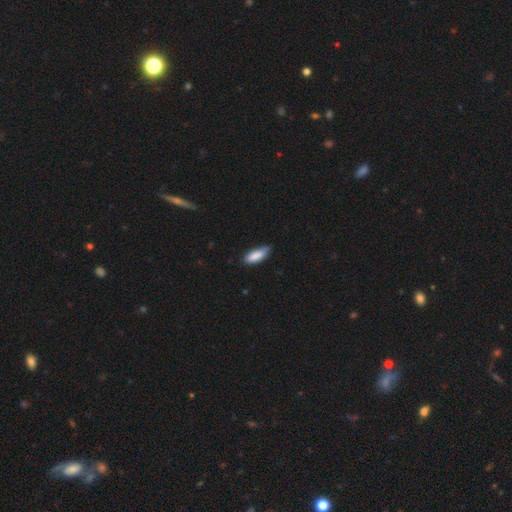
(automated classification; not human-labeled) smooth-or-featured: smooth: 86% | featured or disk: 8% | star or artifact: 6%
  how-rounded: in between: 69% | cigar-shaped: 30% | round: 2%
  merging: none: 65% | minor disturbance: 29% | major disturbance: 4% | merger: 2%